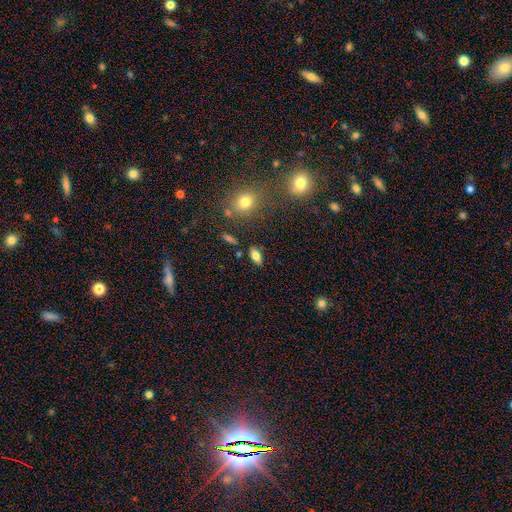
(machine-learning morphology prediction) Smooth or featured? Predicted: smooth (p=0.74). How rounded? Predicted: in between (p=0.85). Merging? Predicted: none (p=0.82).